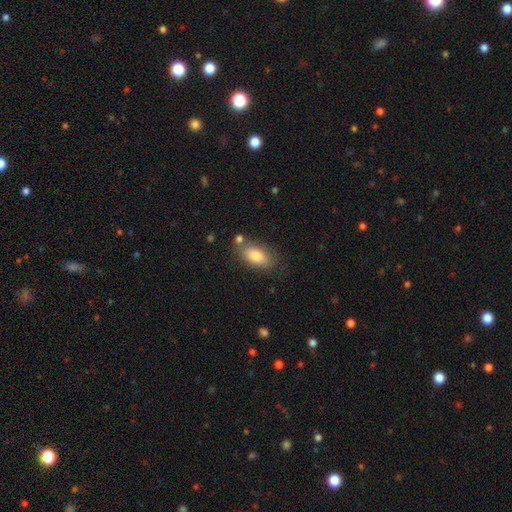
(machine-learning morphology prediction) Overall: smooth (80%). How rounded: in between (90%). Merging: none (72%).